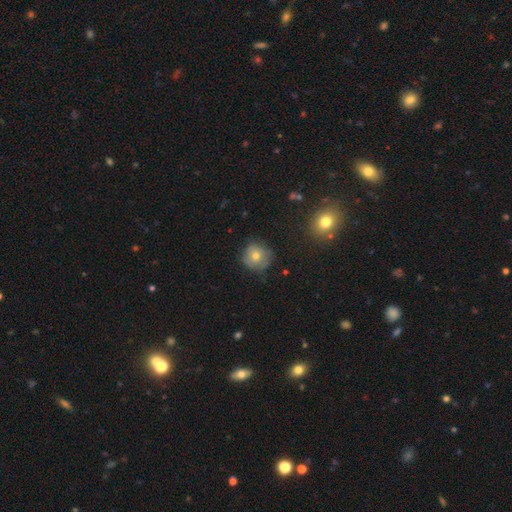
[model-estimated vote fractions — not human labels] This appears to be a smooth galaxy with no disk features (59%) that is round (89%). Merging: none (73%).